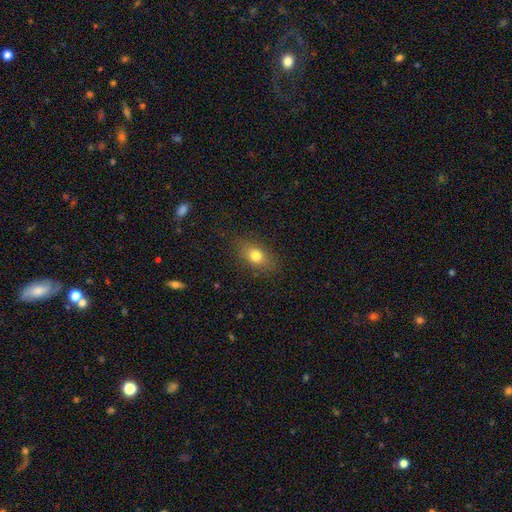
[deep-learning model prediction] smooth 77%, featured or disk 12%, star or artifact 11%. Down the decision tree: how rounded — in between (69%); merging — none (83%).